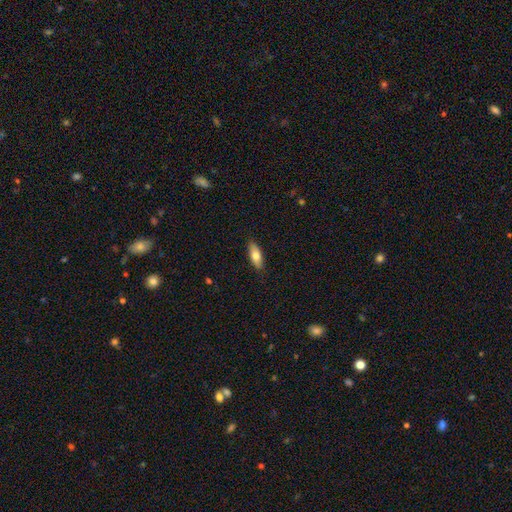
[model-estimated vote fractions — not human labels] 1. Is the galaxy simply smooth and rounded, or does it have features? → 74% smooth, 20% featured or disk, 6% star or artifact.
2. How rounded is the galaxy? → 71% in between, 27% cigar-shaped, 2% round.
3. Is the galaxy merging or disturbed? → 86% none, 11% minor disturbance, 2% major disturbance, 1% merger.